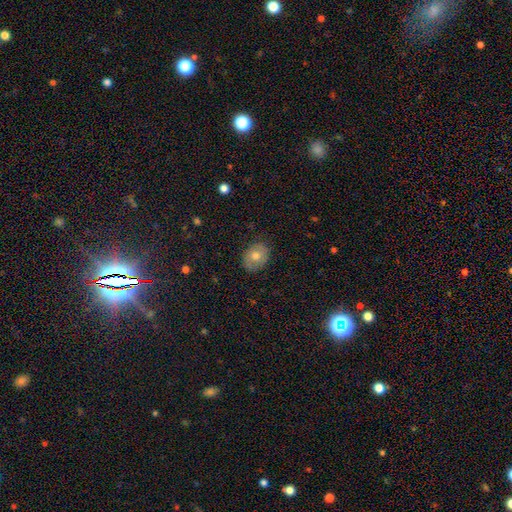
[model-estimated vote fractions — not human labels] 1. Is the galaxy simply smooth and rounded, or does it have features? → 62% smooth, 26% featured or disk, 12% star or artifact.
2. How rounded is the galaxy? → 50% in between, 49% round, 1% cigar-shaped.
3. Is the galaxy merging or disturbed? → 84% none, 12% minor disturbance, 3% major disturbance, 1% merger.